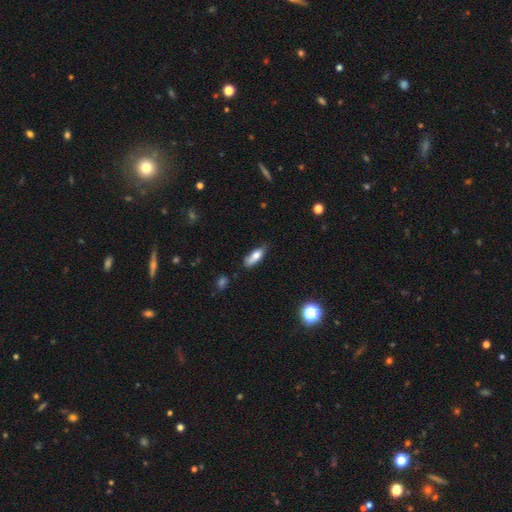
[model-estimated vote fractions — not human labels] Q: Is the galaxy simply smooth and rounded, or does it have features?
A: smooth — 75%.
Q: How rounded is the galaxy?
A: in between — 65%.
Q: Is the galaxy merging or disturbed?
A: none — 60%.